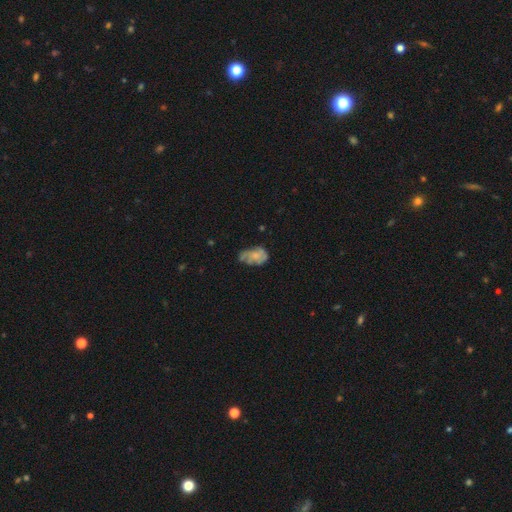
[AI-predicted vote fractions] The model was most divided on "smooth or featured": featured or disk: 50%, smooth: 42%, star or artifact: 9%. Remaining: merging — none (42%).